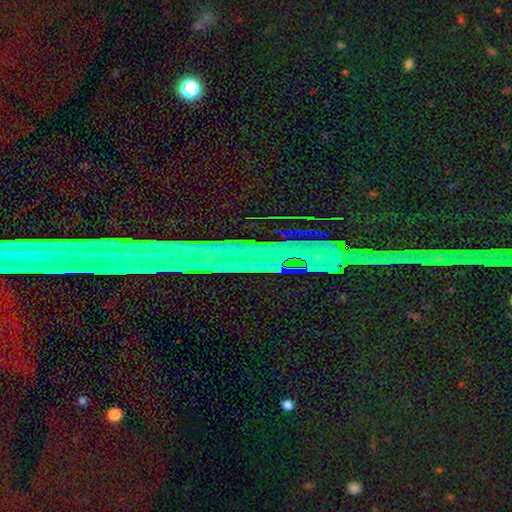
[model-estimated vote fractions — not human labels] Smooth or featured? Predicted: star or artifact (p=0.84).